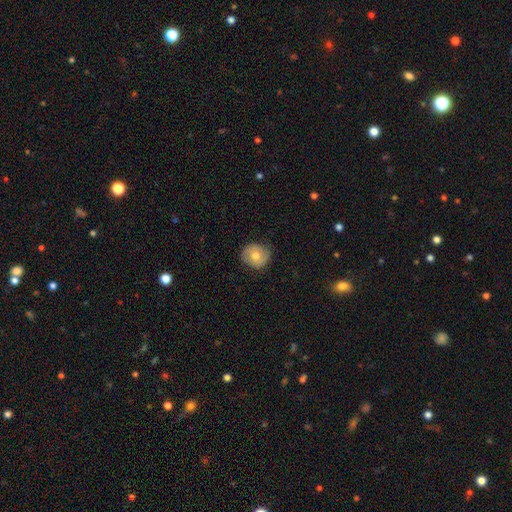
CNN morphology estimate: A smooth galaxy with no disk features (58%) that is round (80%).

Vote fractions:
- Smooth or featured? smooth: 58% / featured or disk: 34% / star or artifact: 8%
- How rounded? round: 80% / in between: 18% / cigar-shaped: 1%
- Merging? none: 82% / minor disturbance: 14% / major disturbance: 3% / merger: 1%